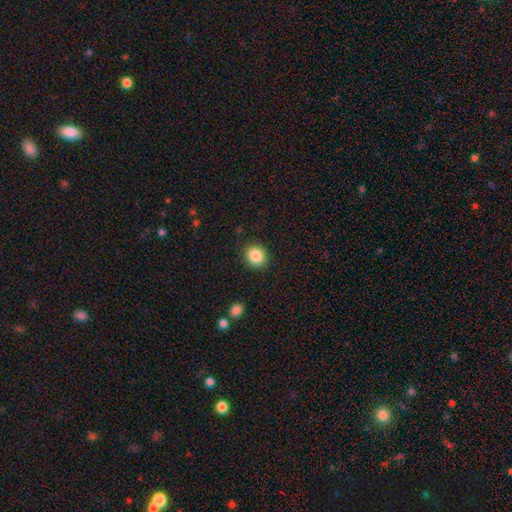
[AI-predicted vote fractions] Smooth or featured: smooth — 86% (star or artifact — 9%)
How rounded: round — 72% (in between — 27%)
Merging: none — 89% (minor disturbance — 7%)